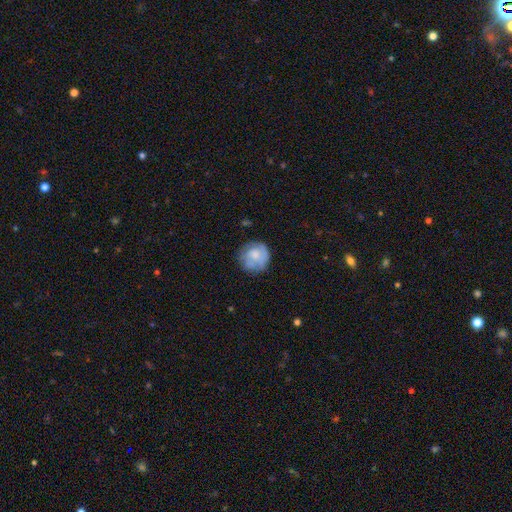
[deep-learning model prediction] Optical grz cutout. It shows a smooth galaxy with no disk features (61%) that is round (90%). Merging: none (69%).